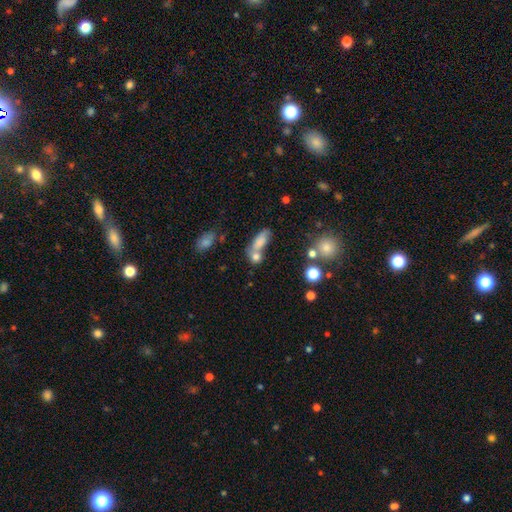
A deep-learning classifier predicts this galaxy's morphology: The model was most divided on "merging": merger: 47%, none: 36%, minor disturbance: 11%, major disturbance: 6%. More confident: smooth or featured — smooth (76%); how rounded — in between (55%).